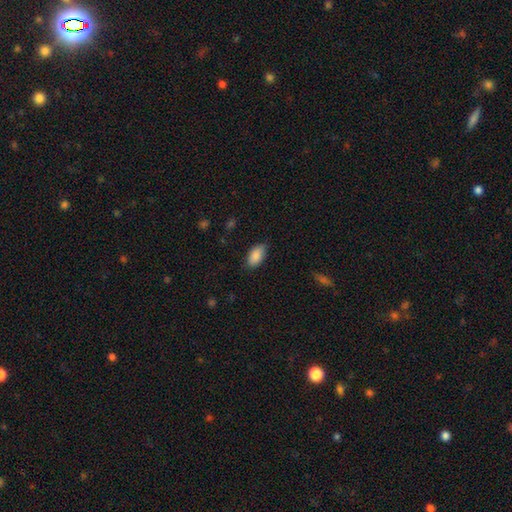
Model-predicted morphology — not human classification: Smooth or featured?
  - smooth: 88% *
  - star or artifact: 7%
  - featured or disk: 5%
How rounded?
  - in between: 94% *
  - round: 4%
  - cigar-shaped: 3%
Merging?
  - none: 80% *
  - minor disturbance: 15%
  - major disturbance: 3%
  - merger: 1%